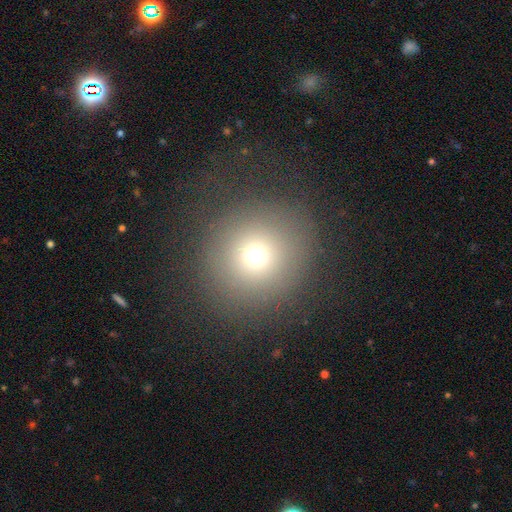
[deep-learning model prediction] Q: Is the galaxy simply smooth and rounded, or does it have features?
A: smooth — 69%.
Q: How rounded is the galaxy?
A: round — 92%.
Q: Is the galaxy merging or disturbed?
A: none — 76%.